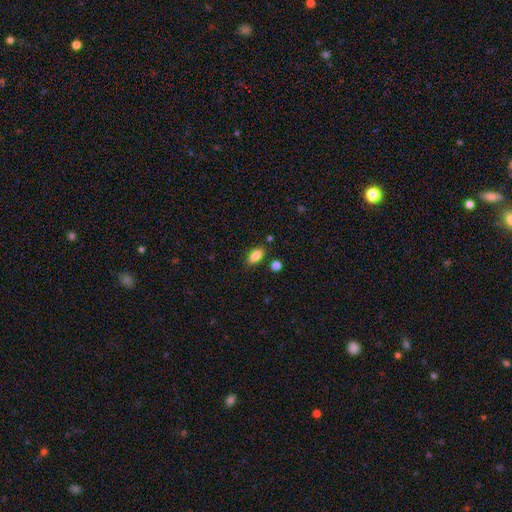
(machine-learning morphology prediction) smooth 84%, star or artifact 8%, featured or disk 8%. Down the decision tree: how rounded — in between (89%); merging — none (83%).